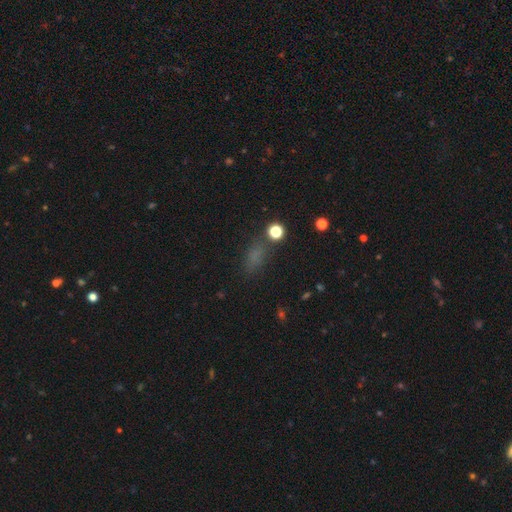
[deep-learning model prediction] smooth 66%, star or artifact 27%, featured or disk 8%. Down the decision tree: how rounded — in between (70%); merging — none (70%).